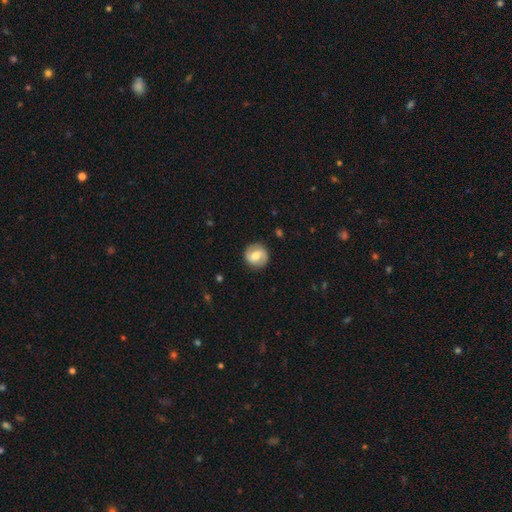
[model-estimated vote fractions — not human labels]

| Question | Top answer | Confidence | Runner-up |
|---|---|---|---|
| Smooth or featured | featured or disk | 51% | smooth (42%) |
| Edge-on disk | no | 97% | yes (3%) |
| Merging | none | 87% | minor disturbance (9%) |